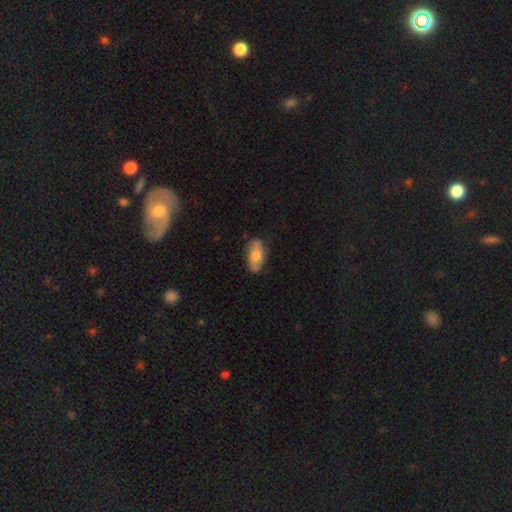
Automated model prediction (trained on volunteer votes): This appears to be a smooth galaxy with no disk features (48%). Merging: none (72%).